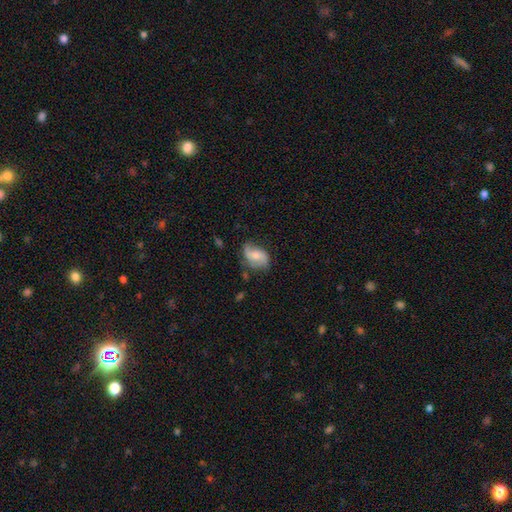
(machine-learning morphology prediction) A featured or disk galaxy (56%) with no bar (61%), spiral arms (85%) and a moderate central bulge (54%). Merging: none (60%).